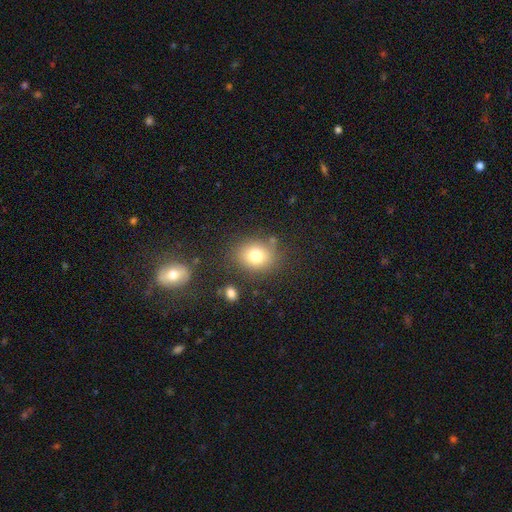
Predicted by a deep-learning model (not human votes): A smooth galaxy with no disk features (77%) that is round (60%).

Vote fractions:
- Smooth or featured? smooth: 77% / star or artifact: 12% / featured or disk: 11%
- How rounded? round: 60% / in between: 39% / cigar-shaped: 1%
- Merging? none: 78% / minor disturbance: 13% / merger: 5% / major disturbance: 5%